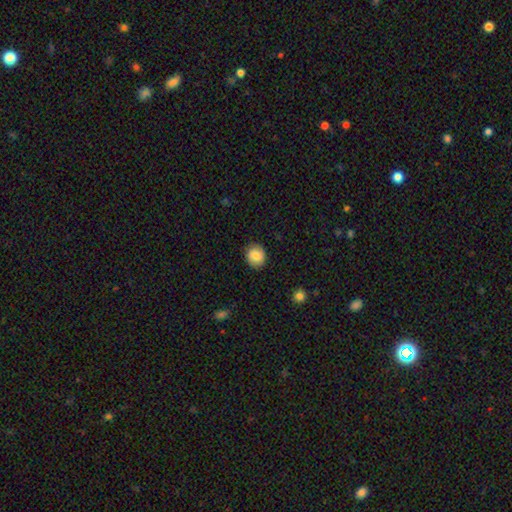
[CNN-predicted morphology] type=smooth (84%); roundness=round (79%); merging=none (88%).